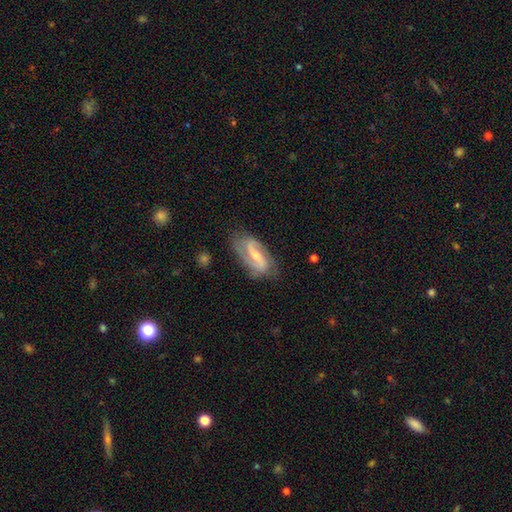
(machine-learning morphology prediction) Overall: featured or disk (81%). Edge-on disk: no (93%). Bar: weak (42%; strong 36%). Spiral arms: yes (94%). Spiral arm count: 2 (86%). Spiral winding: medium (41%; loose 39%). Bulge size: small (55%; moderate 39%). Merging: none (74%).